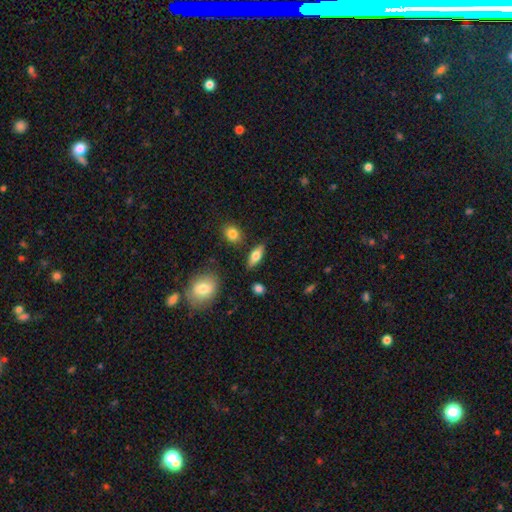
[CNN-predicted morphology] A smooth galaxy with no disk features (68%) that is in between round and cigar-shaped (73%).

Vote fractions:
- Smooth or featured? smooth: 68% / featured or disk: 25% / star or artifact: 7%
- How rounded? in between: 73% / cigar-shaped: 23% / round: 4%
- Merging? none: 84% / minor disturbance: 10% / merger: 3% / major disturbance: 3%